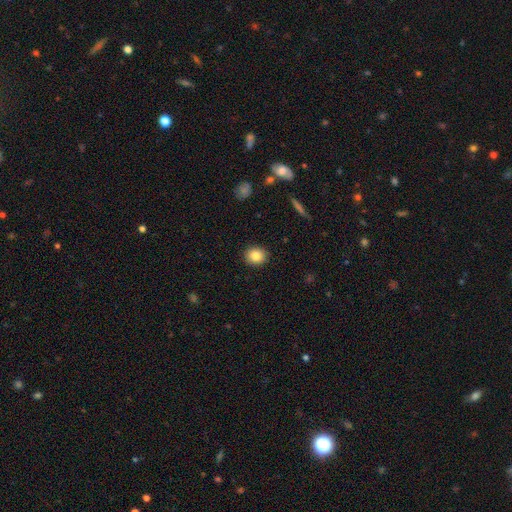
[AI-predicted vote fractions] Smooth or featured? Predicted: smooth (p=0.85). How rounded? Predicted: round (p=0.75). Merging? Predicted: none (p=0.91).